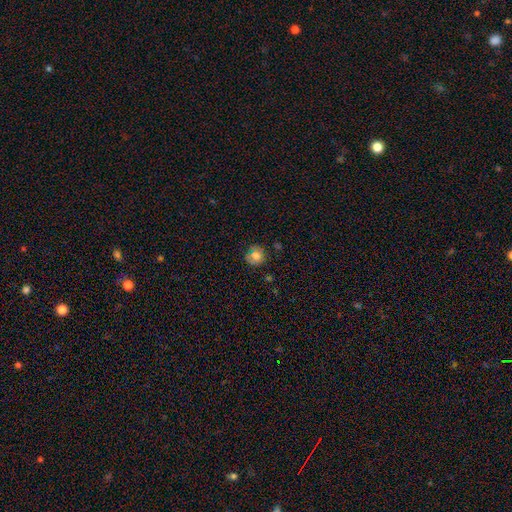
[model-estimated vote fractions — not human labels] This is likely a smooth galaxy (73%). How rounded: clearly round (86%). Merging: likely none (73%).